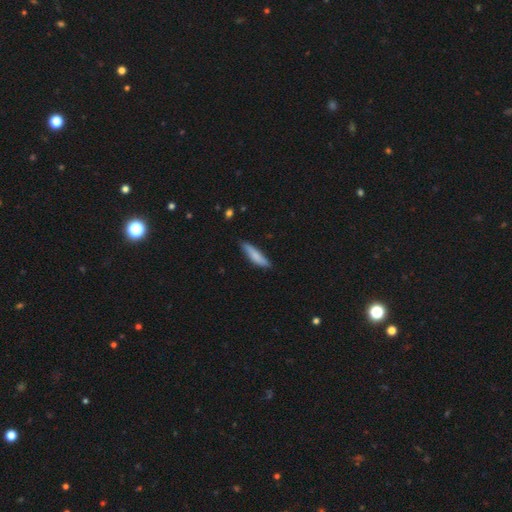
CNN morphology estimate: Smooth or featured: smooth — 78% (featured or disk — 16%)
How rounded: cigar-shaped — 78% (in between — 21%)
Merging: none — 77% (minor disturbance — 19%)